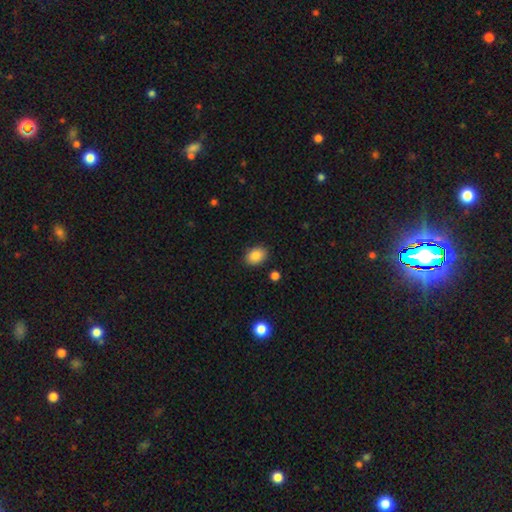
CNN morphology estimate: smooth 87%, star or artifact 8%, featured or disk 5%. Down the decision tree: how rounded — in between (74%); merging — none (87%).